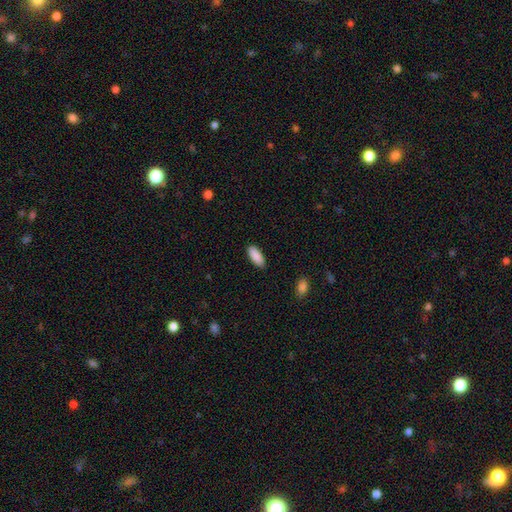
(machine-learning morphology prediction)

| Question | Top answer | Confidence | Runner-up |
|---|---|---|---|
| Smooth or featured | smooth | 90% | star or artifact (6%) |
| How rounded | in between | 78% | cigar-shaped (20%) |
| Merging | none | 88% | minor disturbance (9%) |